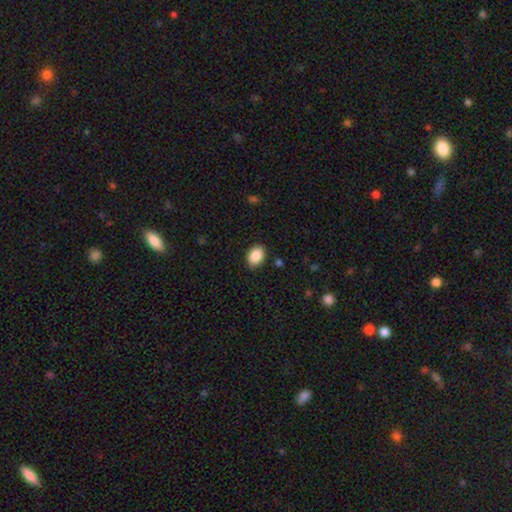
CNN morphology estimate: smooth-or-featured: smooth: 89% | star or artifact: 7% | featured or disk: 4%
  how-rounded: in between: 76% | round: 23% | cigar-shaped: 1%
  merging: none: 88% | minor disturbance: 8% | major disturbance: 2% | merger: 1%